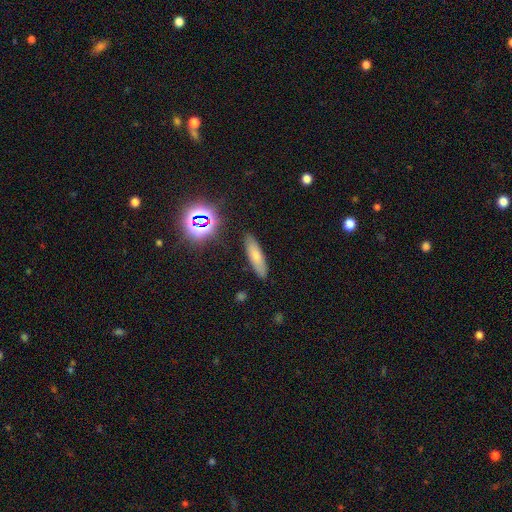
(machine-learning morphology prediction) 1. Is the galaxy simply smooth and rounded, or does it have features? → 58% smooth, 23% featured or disk, 19% star or artifact.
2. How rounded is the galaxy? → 67% cigar-shaped, 28% in between, 5% round.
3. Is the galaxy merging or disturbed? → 88% none, 8% minor disturbance, 2% major disturbance, 2% merger.